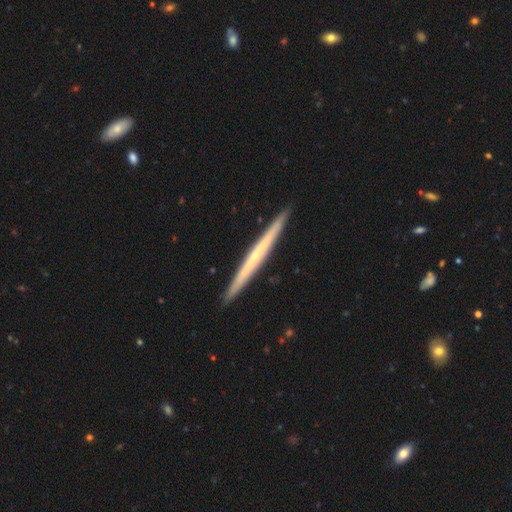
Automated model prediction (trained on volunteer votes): Smooth or featured?
  - featured or disk: 63% *
  - smooth: 32%
  - star or artifact: 5%
Edge-on disk?
  - yes: 97% *
  - no: 3%
Edge-on bulge?
  - none: 70% *
  - rounded: 26%
  - boxy: 4%
Merging?
  - none: 93% *
  - minor disturbance: 5%
  - major disturbance: 1%
  - merger: 1%